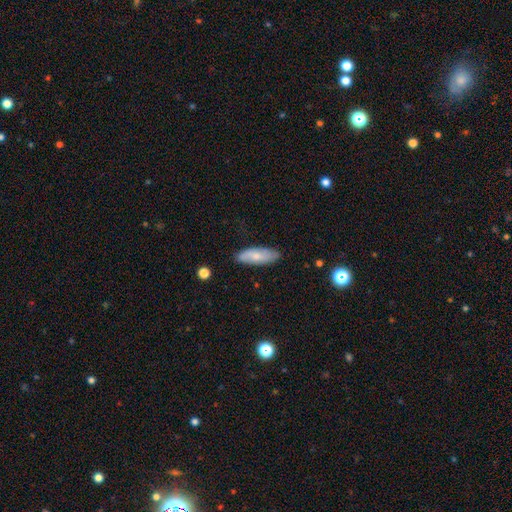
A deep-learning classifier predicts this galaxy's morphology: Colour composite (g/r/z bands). It shows a smooth galaxy with no disk features (68%) that is in between round and cigar-shaped (68%). Merging: none (81%).